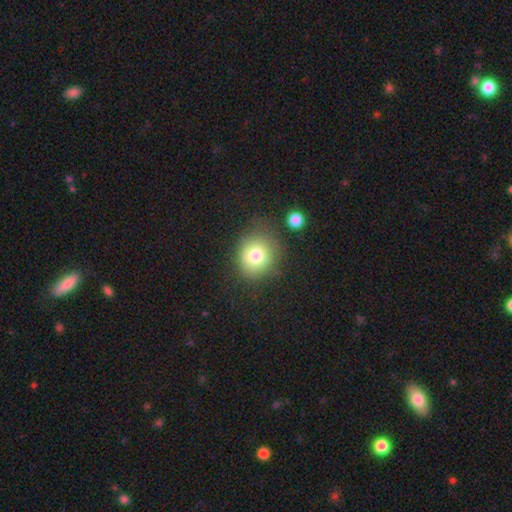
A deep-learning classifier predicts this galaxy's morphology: smooth 78%, star or artifact 11%, featured or disk 11%. Down the decision tree: how rounded — round (80%); merging — none (70%).